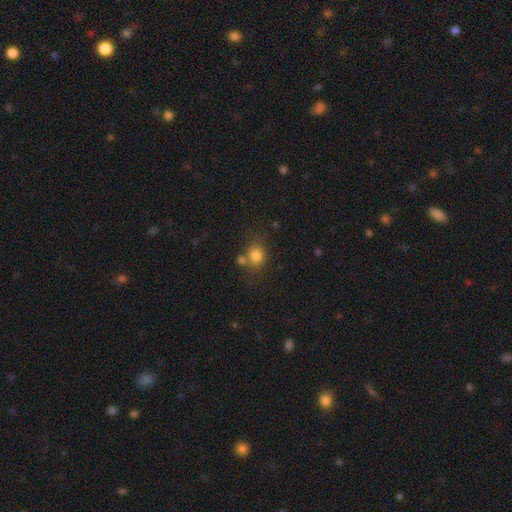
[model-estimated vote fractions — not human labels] The model was most divided on "merging": none: 60%, merger: 22%, minor disturbance: 13%, major disturbance: 5%. More confident: smooth or featured — smooth (81%); how rounded — round (73%).